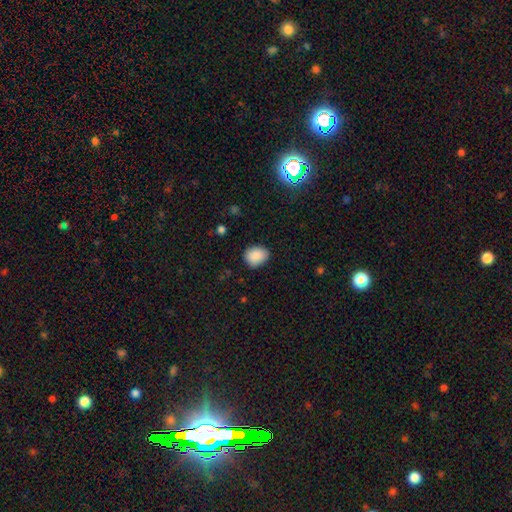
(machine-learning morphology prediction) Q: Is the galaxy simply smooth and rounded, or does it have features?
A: smooth — 89%.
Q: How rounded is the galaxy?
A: in between — 50%.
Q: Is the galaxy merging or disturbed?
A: none — 82%.